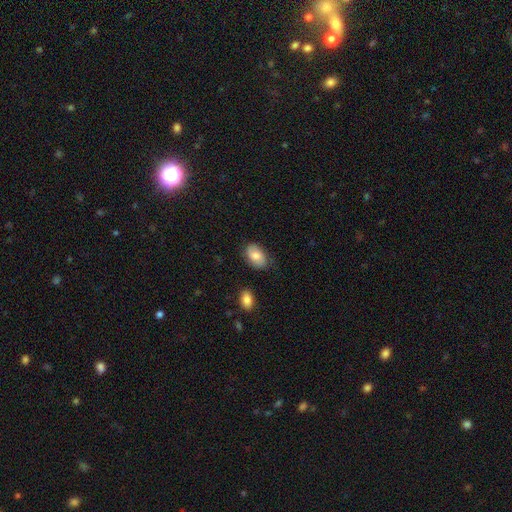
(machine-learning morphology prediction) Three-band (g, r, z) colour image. It shows a smooth galaxy with no disk features (76%) that is in between round and cigar-shaped (90%). Merging: none (77%).